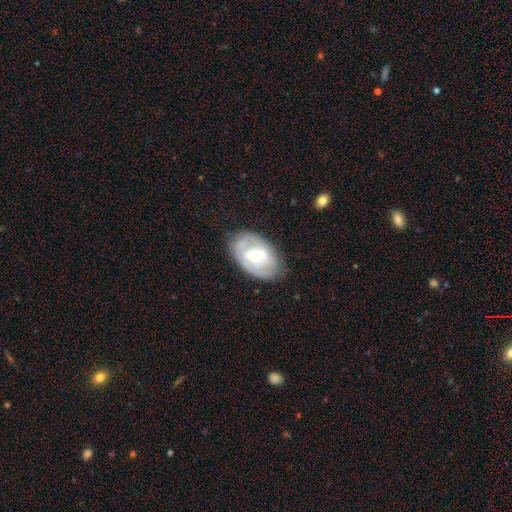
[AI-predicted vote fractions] featured or disk 72%, smooth 22%, star or artifact 6%. Down the decision tree: edge-on disk — no (95%); bar — weak (43%); spiral arms — yes (74%); spiral arm count — 2 (51%); spiral winding — tight (54%); bulge size — moderate (48%); merging — none (76%).